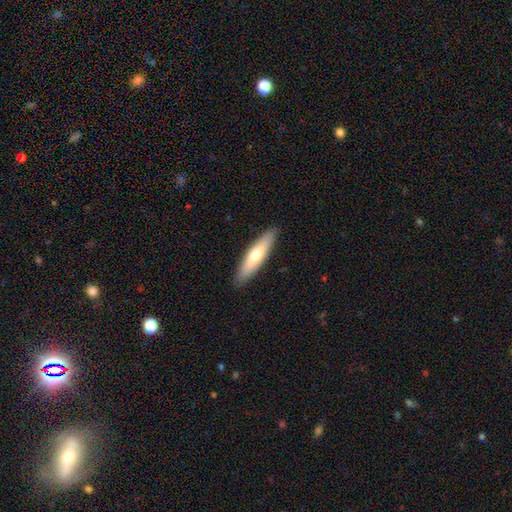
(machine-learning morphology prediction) This is likely a smooth galaxy (61%). How rounded: likely cigar-shaped (79%). Merging: clearly none (90%).